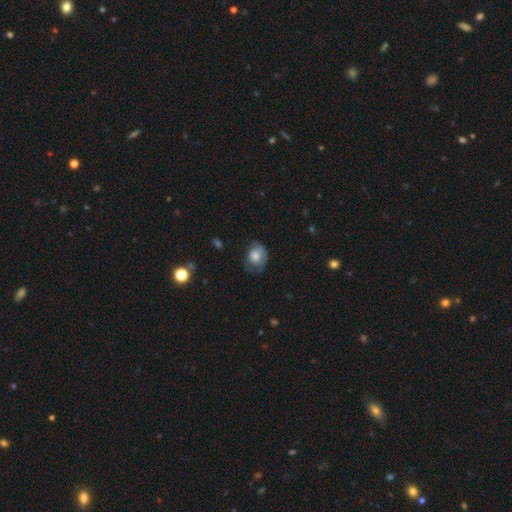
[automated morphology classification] smooth-or-featured: smooth: 70% | featured or disk: 22% | star or artifact: 8%
  how-rounded: round: 56% | in between: 43% | cigar-shaped: 1%
  merging: none: 52% | minor disturbance: 30% | major disturbance: 16% | merger: 1%